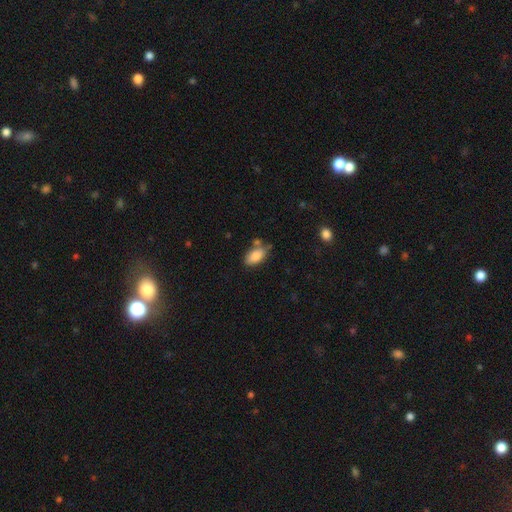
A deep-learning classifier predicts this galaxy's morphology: Smooth or featured? smooth (85%)
How rounded? in between (93%)
Merging? none (67%)